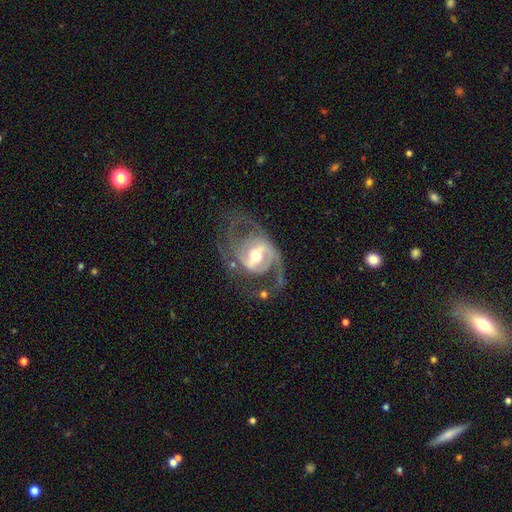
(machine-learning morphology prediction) smooth_or_featured: featured or disk (p=0.87) [alt: smooth p=0.08]
disk_edge_on: no (p=0.96) [alt: yes p=0.04]
bar: strong (p=0.50) [alt: weak p=0.37]
has_spiral_arms: yes (p=0.88) [alt: no p=0.12]
spiral_winding: medium (p=0.50) [alt: loose p=0.32]
spiral_arm_count: 2 (p=0.78) [alt: can't tell p=0.08]
bulge_size: moderate (p=0.68) [alt: small p=0.20]
merging: none (p=0.56) [alt: major disturbance p=0.24]